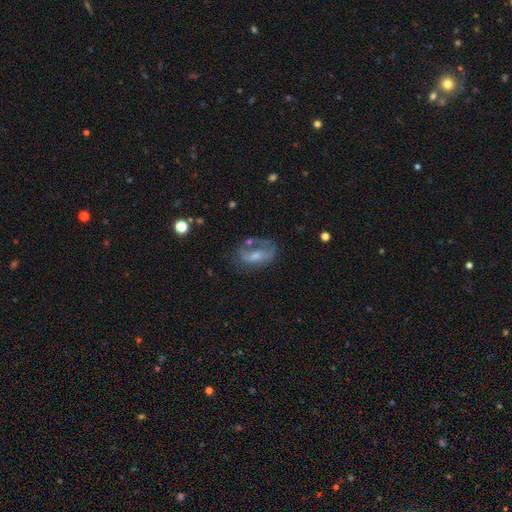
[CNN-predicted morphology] featured or disk 53%, smooth 37%, star or artifact 10%. Down the decision tree: edge-on disk — no (93%); merging — none (41%).